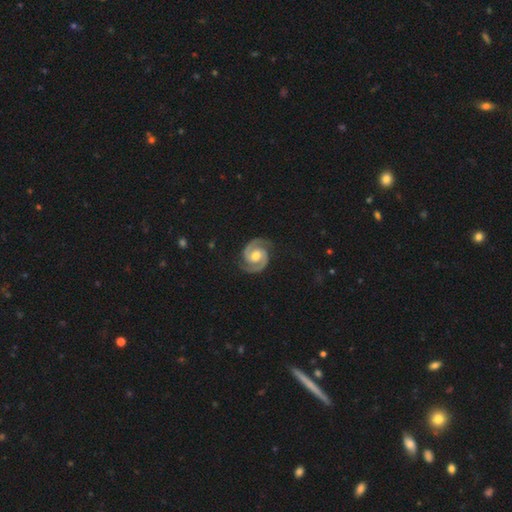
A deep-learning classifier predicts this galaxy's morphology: Q: Smooth or featured?
A: featured or disk (93%); runner-up: star or artifact (4%)
Q: Edge-on disk?
A: no (98%); runner-up: yes (2%)
Q: Bar?
A: no (48%); runner-up: weak (37%)
Q: Spiral arms?
A: yes (99%); runner-up: no (1%)
Q: Spiral winding?
A: tight (48%); runner-up: medium (45%)
Q: Spiral arm count?
A: 2 (95%); runner-up: can't tell (1%)
Q: Bulge size?
A: moderate (76%); runner-up: small (12%)
Q: Merging?
A: none (86%); runner-up: minor disturbance (11%)